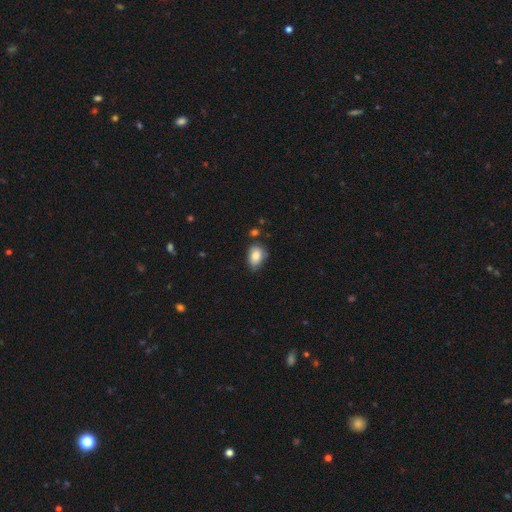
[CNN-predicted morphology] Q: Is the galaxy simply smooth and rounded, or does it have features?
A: smooth — 82%.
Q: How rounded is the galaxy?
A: in between — 81%.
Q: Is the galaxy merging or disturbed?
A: none — 57%.